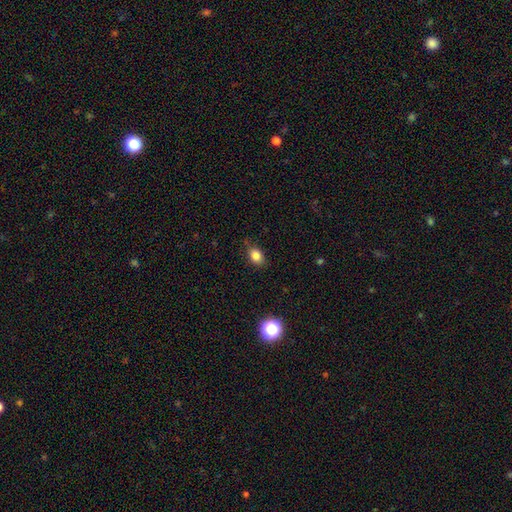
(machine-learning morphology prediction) Smooth or featured?
  - smooth: 83% *
  - star or artifact: 11%
  - featured or disk: 6%
How rounded?
  - in between: 73% *
  - round: 26%
  - cigar-shaped: 1%
Merging?
  - none: 82% *
  - minor disturbance: 14%
  - major disturbance: 3%
  - merger: 1%